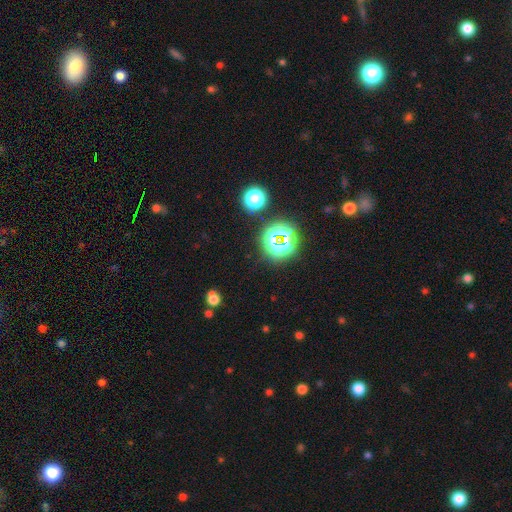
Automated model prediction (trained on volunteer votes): star or artifact 78%, smooth 14%, featured or disk 8%.